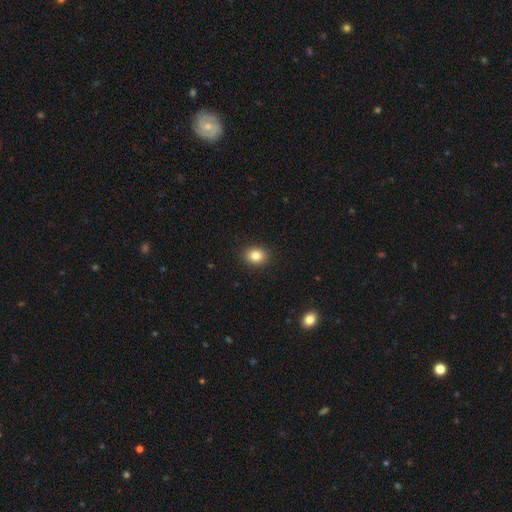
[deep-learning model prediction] Smooth or featured: smooth — 84% (star or artifact — 10%)
How rounded: round — 53% (in between — 46%)
Merging: none — 91% (minor disturbance — 6%)